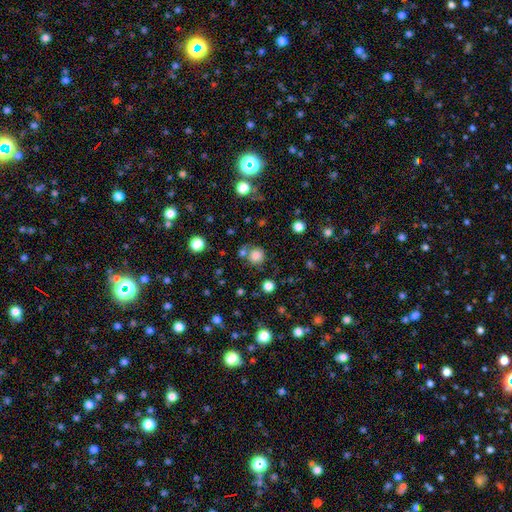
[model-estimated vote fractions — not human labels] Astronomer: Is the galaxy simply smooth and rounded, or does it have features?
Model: smooth — 81%.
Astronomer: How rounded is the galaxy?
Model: round — 92%.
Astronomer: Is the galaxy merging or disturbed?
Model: none — 71%.